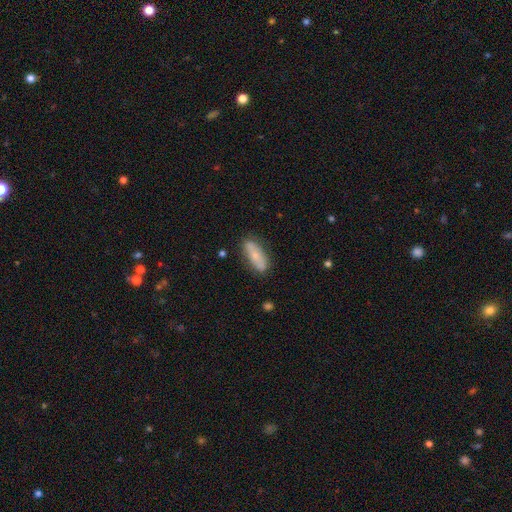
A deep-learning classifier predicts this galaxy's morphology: Q: Smooth or featured?
A: smooth (63%); runner-up: featured or disk (30%)
Q: How rounded?
A: in between (62%); runner-up: cigar-shaped (35%)
Q: Merging?
A: none (79%); runner-up: minor disturbance (15%)